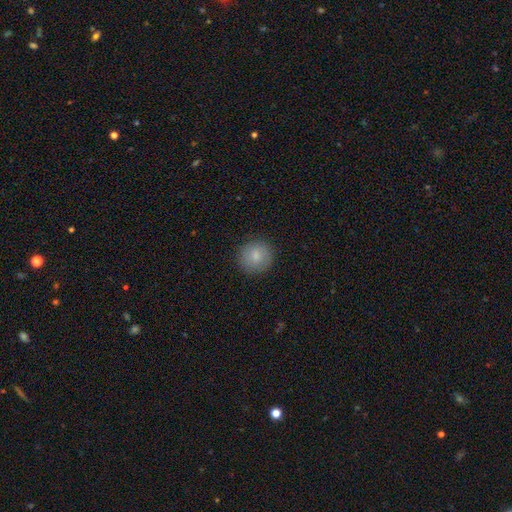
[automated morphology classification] The model was most divided on "smooth or featured": smooth: 84%, star or artifact: 8%, featured or disk: 8%. More confident: how rounded — round (93%); merging — none (89%).